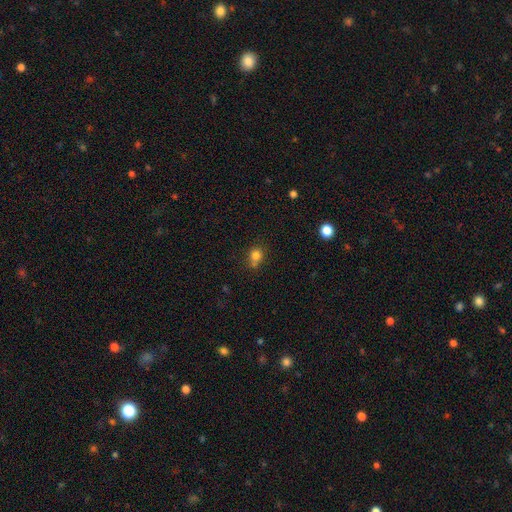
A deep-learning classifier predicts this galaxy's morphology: smooth_or_featured: smooth (p=0.80) [alt: star or artifact p=0.13]
how_rounded: round (p=0.77) [alt: in between p=0.22]
merging: none (p=0.57) [alt: merger p=0.20]